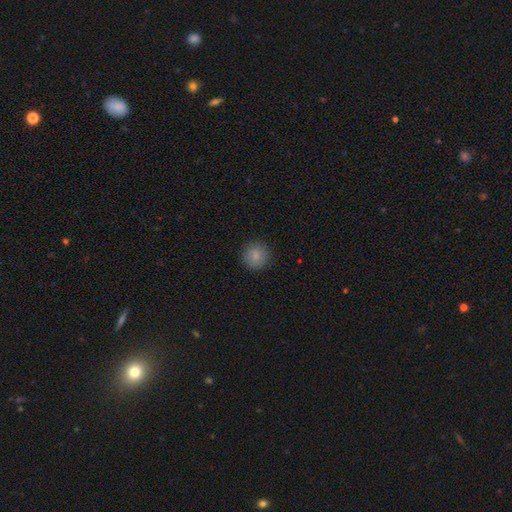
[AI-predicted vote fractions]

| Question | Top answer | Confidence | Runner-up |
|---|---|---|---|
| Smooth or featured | smooth | 86% | star or artifact (9%) |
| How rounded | round | 93% | in between (6%) |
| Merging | none | 90% | minor disturbance (7%) |